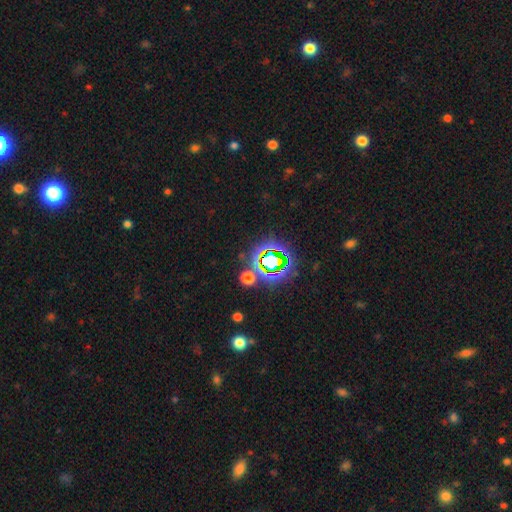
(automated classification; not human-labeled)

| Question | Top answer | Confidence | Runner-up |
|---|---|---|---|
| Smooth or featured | star or artifact | 71% | smooth (19%) |